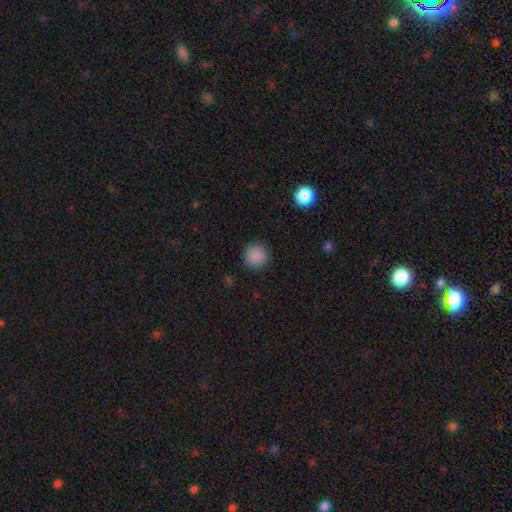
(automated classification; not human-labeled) A smooth galaxy with no disk features (87%) that is round (94%). Merging: none (90%).